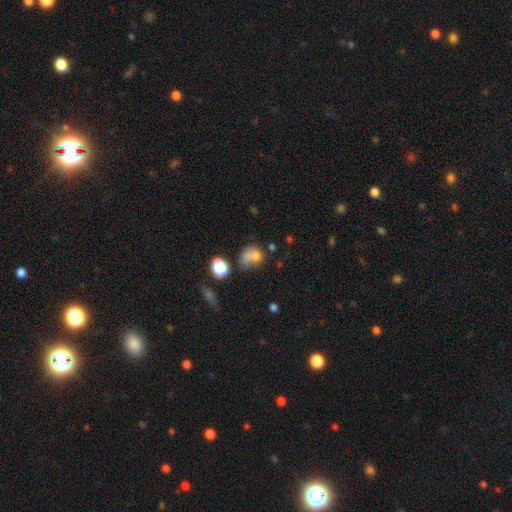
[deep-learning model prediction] A smooth galaxy with no disk features (70%) that is round (51%). Merging: merger (40%).